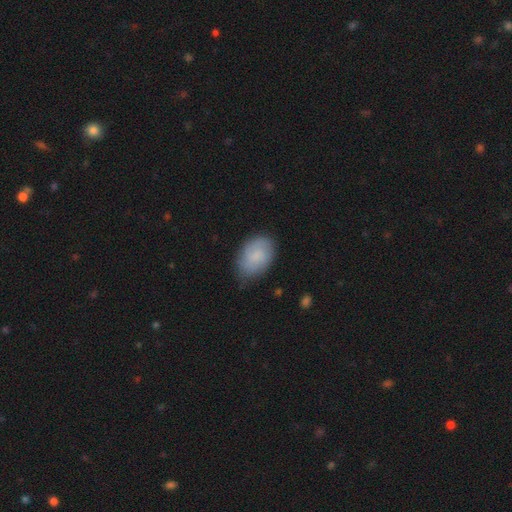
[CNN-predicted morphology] Smooth or featured?
  - smooth: 62% *
  - featured or disk: 31%
  - star or artifact: 7%
How rounded?
  - in between: 83% *
  - round: 16%
  - cigar-shaped: 1%
Merging?
  - none: 71% *
  - minor disturbance: 23%
  - major disturbance: 5%
  - merger: 1%